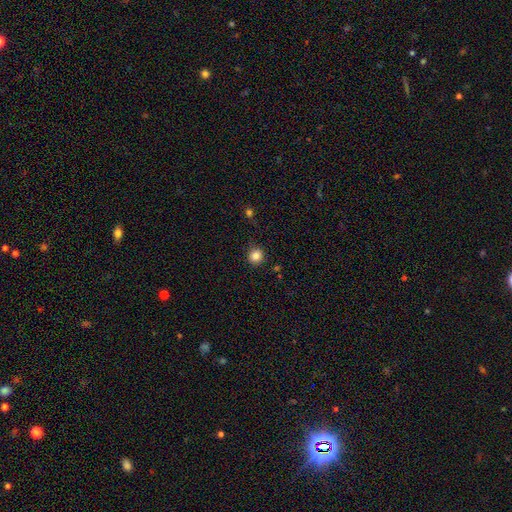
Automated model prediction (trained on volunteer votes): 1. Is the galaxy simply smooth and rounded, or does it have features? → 83% smooth, 12% star or artifact, 5% featured or disk.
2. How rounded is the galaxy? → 92% round, 7% in between, 1% cigar-shaped.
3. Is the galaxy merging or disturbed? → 88% none, 8% minor disturbance, 2% major disturbance, 2% merger.